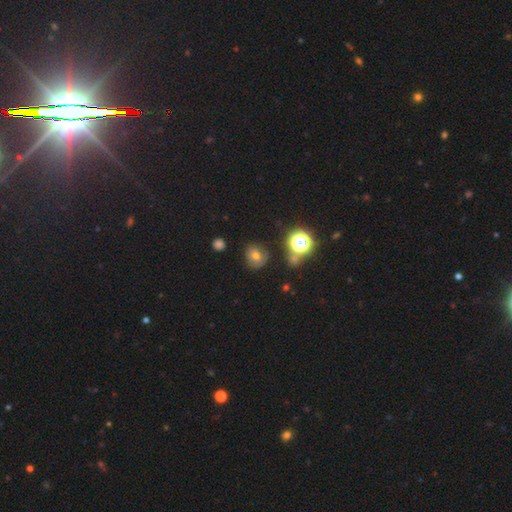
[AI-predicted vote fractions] This is likely a smooth galaxy (63%). How rounded: likely round (78%). Merging: likely none (75%).